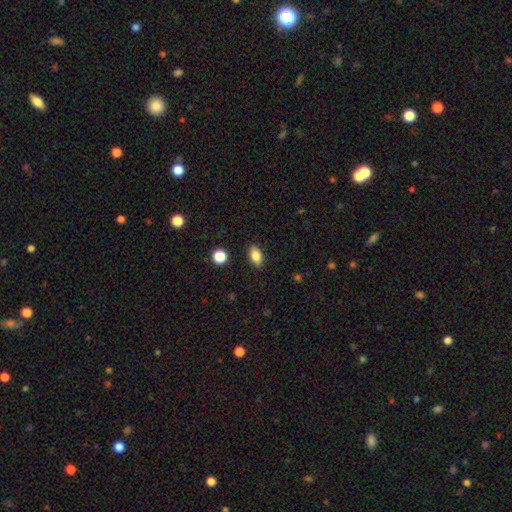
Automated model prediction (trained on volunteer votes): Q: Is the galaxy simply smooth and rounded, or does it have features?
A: smooth — 84%.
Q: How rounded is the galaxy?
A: in between — 88%.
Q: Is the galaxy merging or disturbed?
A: none — 89%.